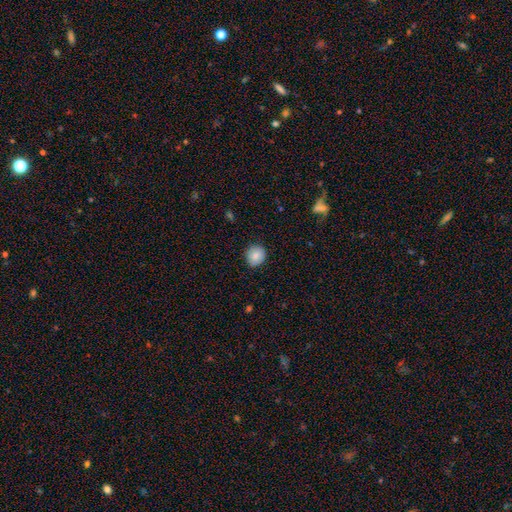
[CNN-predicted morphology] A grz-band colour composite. It shows a smooth galaxy with no disk features (85%) that is round (83%). Merging: none (85%).